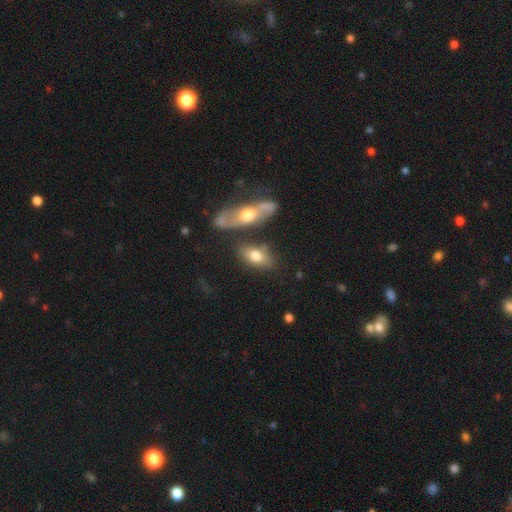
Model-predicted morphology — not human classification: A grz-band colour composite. It shows a smooth galaxy with no disk features (67%) that is in between round and cigar-shaped (83%). Merging: none (62%).